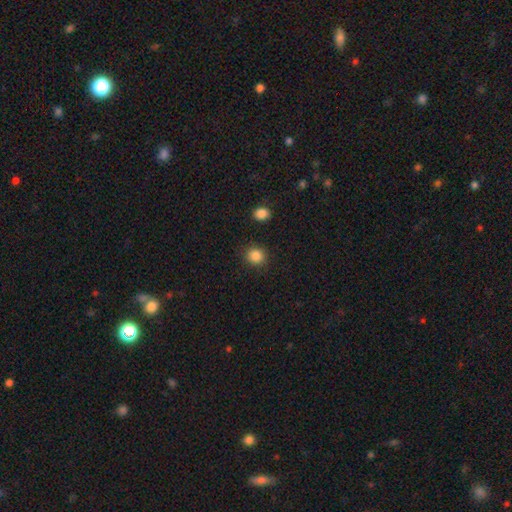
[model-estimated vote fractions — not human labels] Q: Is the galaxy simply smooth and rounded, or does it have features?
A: smooth — 86%.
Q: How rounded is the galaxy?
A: round — 84%.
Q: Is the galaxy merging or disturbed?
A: none — 88%.